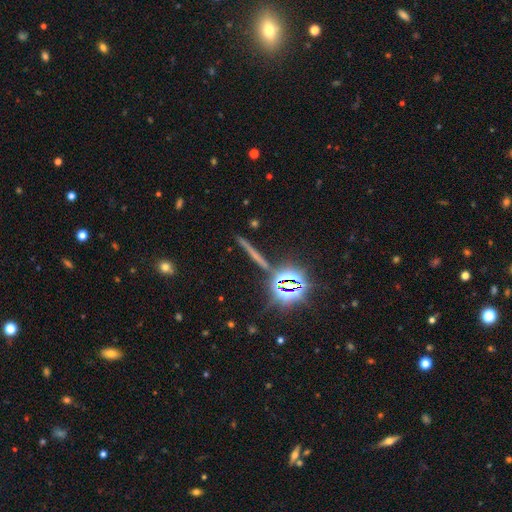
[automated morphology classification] This appears to be a star or artifact, not a galaxy (36%).